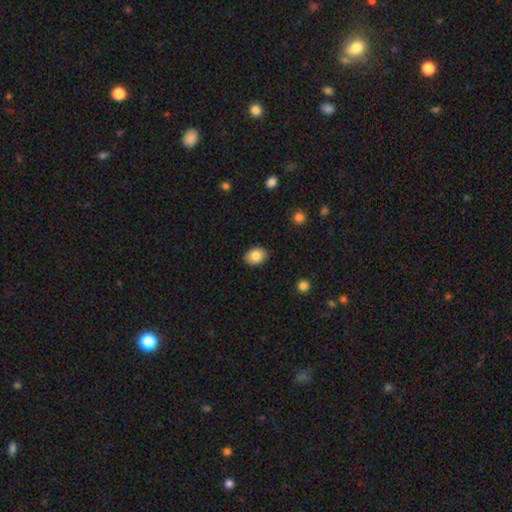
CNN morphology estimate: Q: Smooth or featured?
A: smooth (83%); runner-up: featured or disk (9%)
Q: How rounded?
A: in between (67%); runner-up: round (32%)
Q: Merging?
A: none (88%); runner-up: minor disturbance (9%)